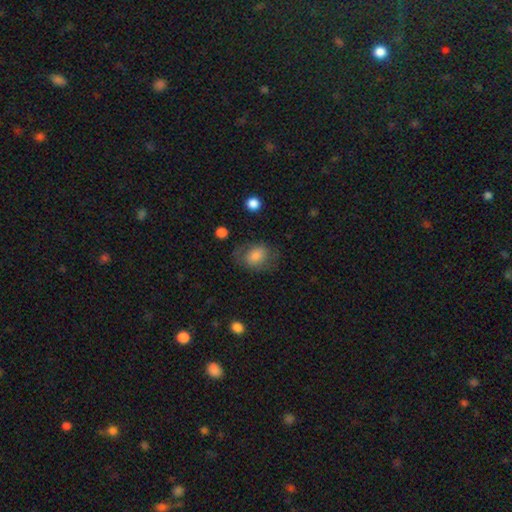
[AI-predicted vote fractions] This is likely a smooth galaxy (71%). How rounded: likely in between (61%). Merging: likely none (64%).